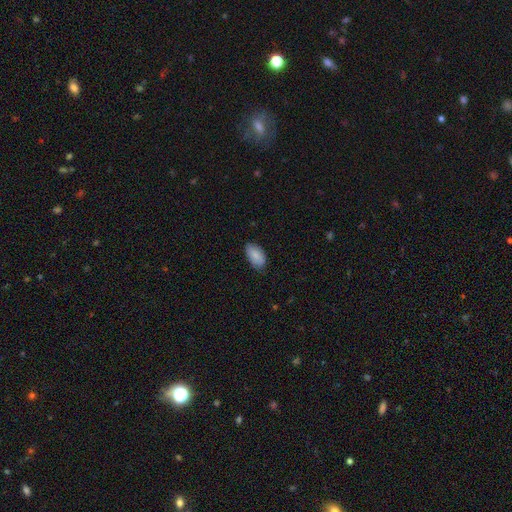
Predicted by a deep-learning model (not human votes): This is clearly a smooth galaxy (86%). How rounded: clearly in between (95%). Merging: likely none (80%).